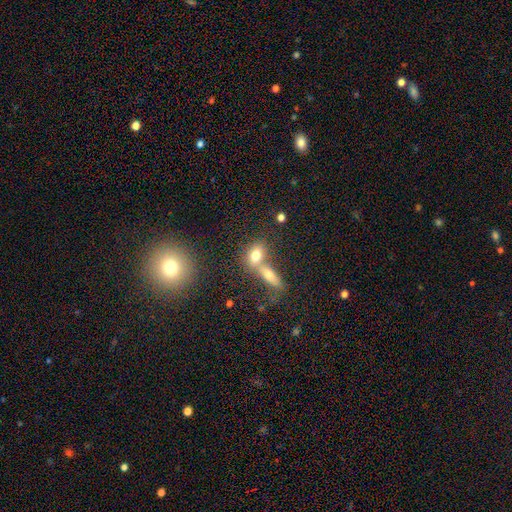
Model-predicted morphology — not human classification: smooth 71%, featured or disk 18%, star or artifact 12%. Down the decision tree: how rounded — in between (72%); merging — merger (50%).